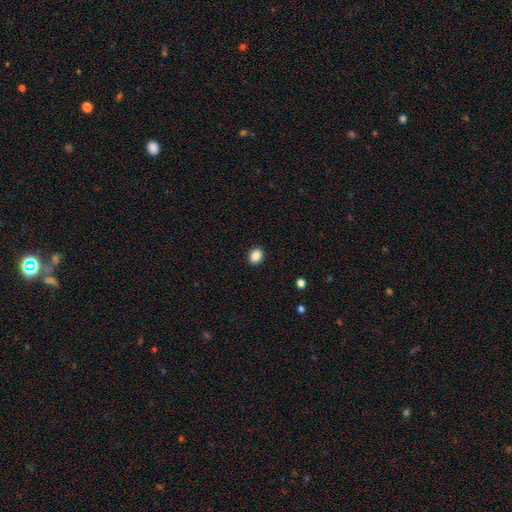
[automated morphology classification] Overall: smooth (87%). How rounded: round (54%; in between 45%). Merging: none (92%).